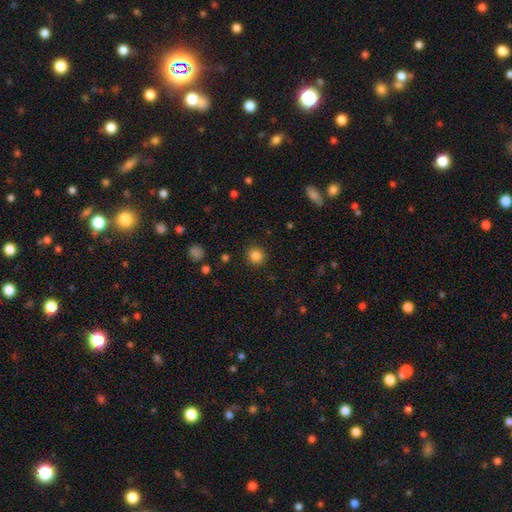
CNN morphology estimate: Overall: smooth (85%). How rounded: round (92%). Merging: none (91%).